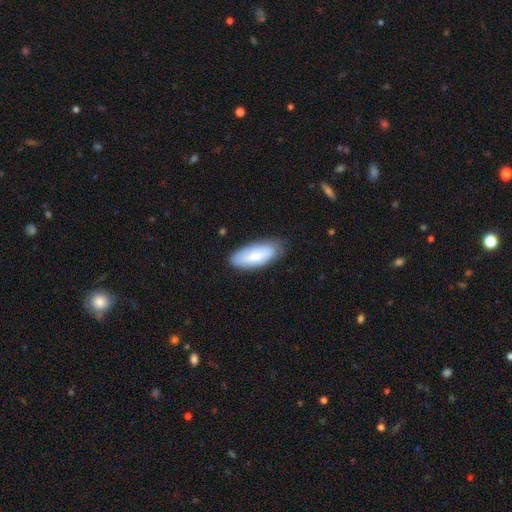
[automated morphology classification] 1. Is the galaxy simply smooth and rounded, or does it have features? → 76% smooth, 18% featured or disk, 6% star or artifact.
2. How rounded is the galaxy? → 81% in between, 18% cigar-shaped, 2% round.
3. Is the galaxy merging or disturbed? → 73% none, 21% minor disturbance, 4% major disturbance, 1% merger.